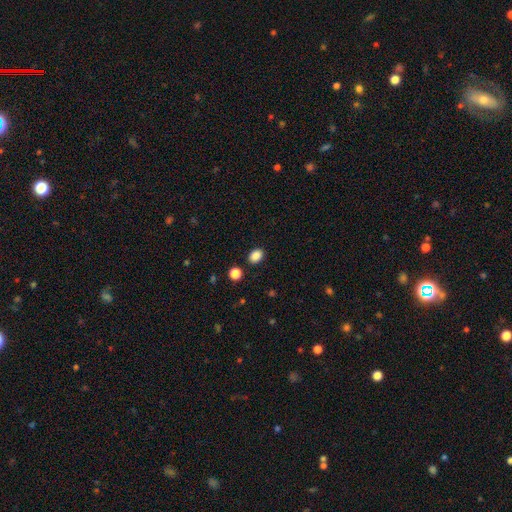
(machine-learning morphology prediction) Smooth or featured: smooth — 87% (star or artifact — 10%)
How rounded: in between — 69% (round — 30%)
Merging: none — 87% (minor disturbance — 8%)